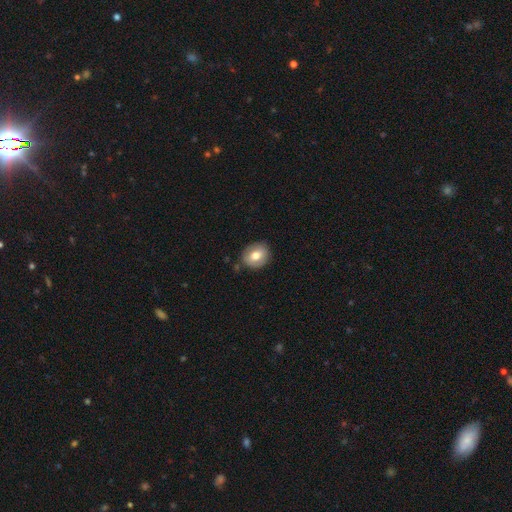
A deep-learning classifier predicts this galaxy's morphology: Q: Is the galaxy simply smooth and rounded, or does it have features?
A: smooth — 68%.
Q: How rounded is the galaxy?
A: round — 61%.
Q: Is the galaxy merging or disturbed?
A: none — 83%.